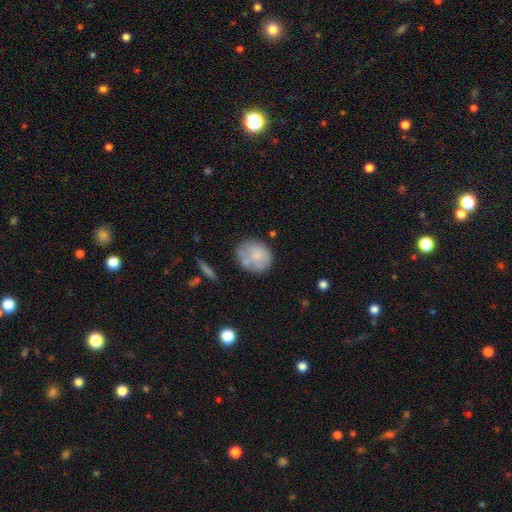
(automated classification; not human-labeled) This is likely a smooth galaxy (65%). How rounded: likely round (78%). Merging: possibly none (57%).